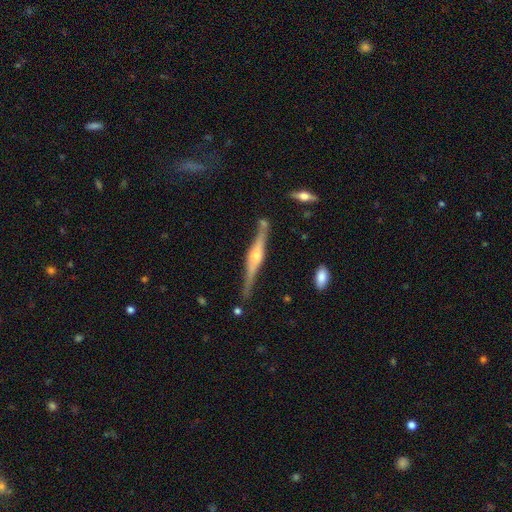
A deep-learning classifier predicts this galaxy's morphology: Overall: featured or disk (81%). Edge-on disk: yes (97%). Edge-on bulge: rounded (86%). Merging: none (78%).